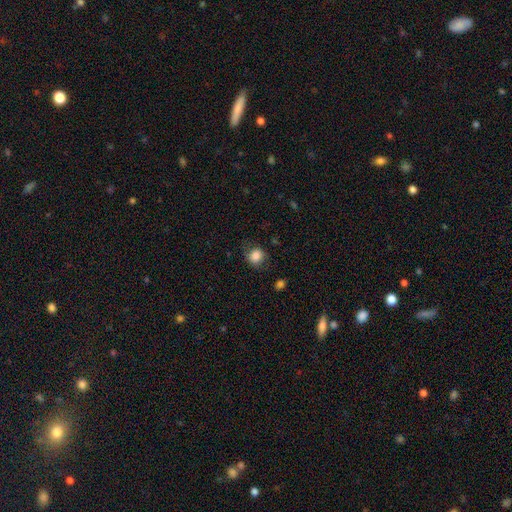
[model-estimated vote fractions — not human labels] Smooth or featured?
  - smooth: 83% *
  - star or artifact: 9%
  - featured or disk: 7%
How rounded?
  - round: 73% *
  - in between: 26%
  - cigar-shaped: 1%
Merging?
  - none: 71% *
  - minor disturbance: 20%
  - major disturbance: 7%
  - merger: 1%